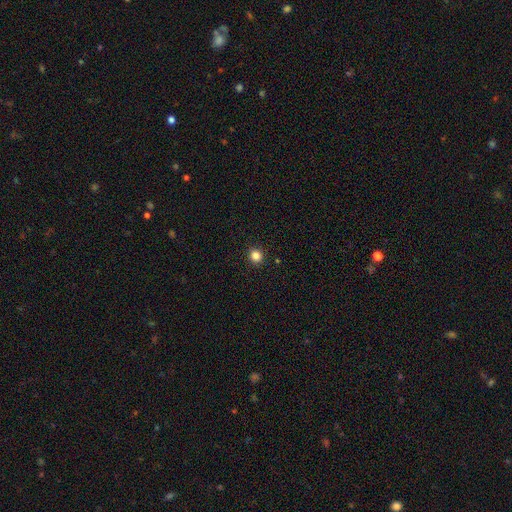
Smooth or featured? smooth (95%)
How rounded? round (97%)
Merging? none (95%)